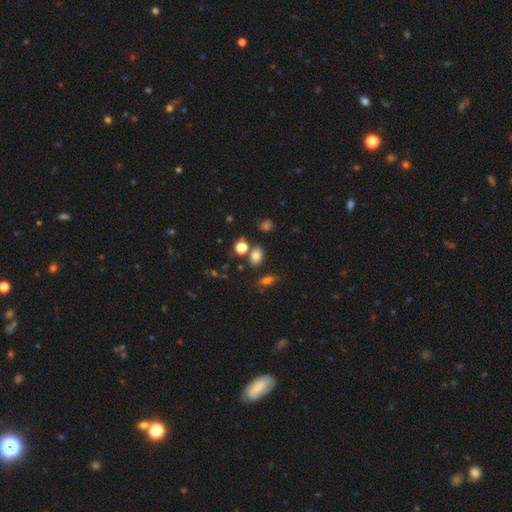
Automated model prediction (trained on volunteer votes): This appears to be a smooth galaxy with no disk features (78%) that is in between round and cigar-shaped (72%). Merging: none (72%).